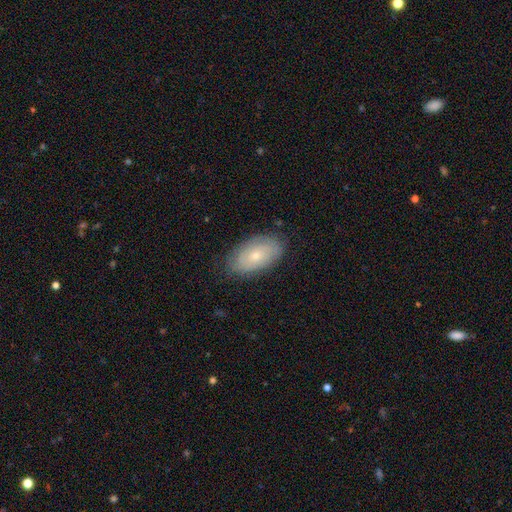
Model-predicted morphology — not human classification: This is possibly a smooth galaxy (53%). How rounded: clearly in between (93%). Merging: likely none (80%).